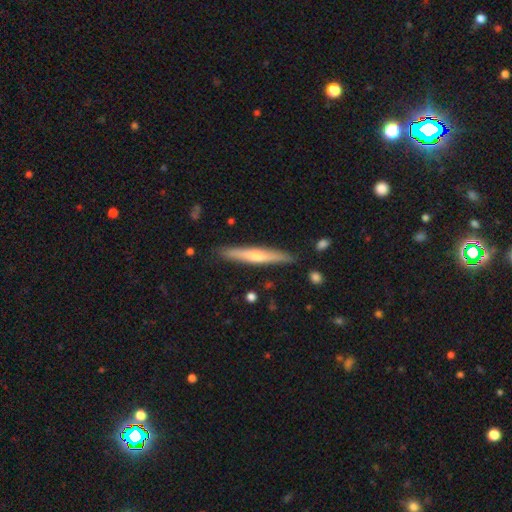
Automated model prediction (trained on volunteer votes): Smooth or featured?
  - featured or disk: 52% *
  - smooth: 42%
  - star or artifact: 5%
Edge-on disk?
  - yes: 95% *
  - no: 5%
Merging?
  - none: 87% *
  - minor disturbance: 9%
  - merger: 2%
  - major disturbance: 2%